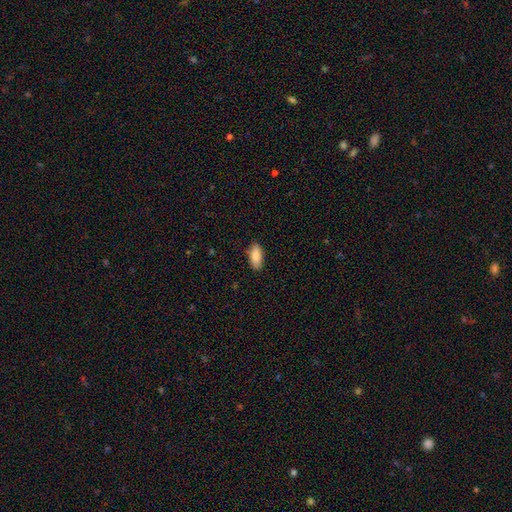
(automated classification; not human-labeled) Morphology: type=smooth (88%); roundness=in between (86%); merging=none (88%).